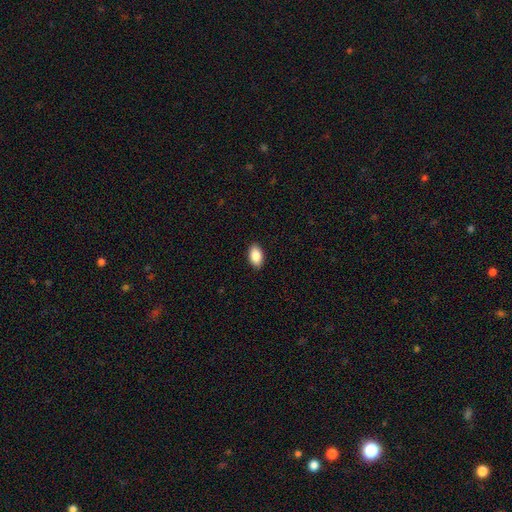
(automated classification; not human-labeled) Overall: smooth (88%). How rounded: in between (94%). Merging: none (90%).